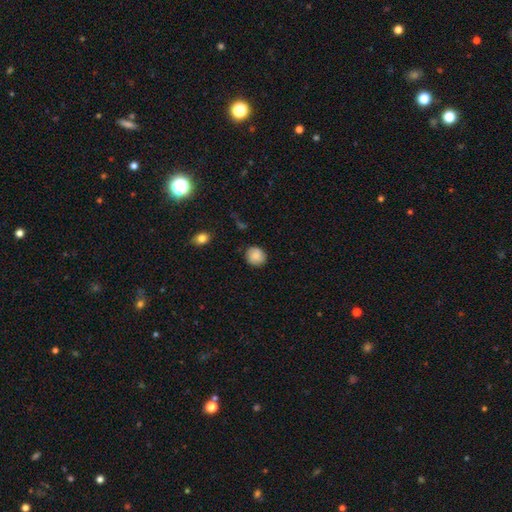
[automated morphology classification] type=smooth (83%); roundness=round (84%); merging=none (86%).